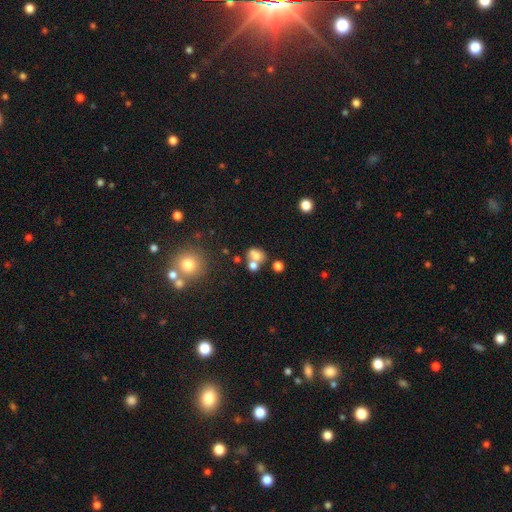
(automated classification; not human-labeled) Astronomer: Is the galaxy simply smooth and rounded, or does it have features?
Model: smooth — 67%.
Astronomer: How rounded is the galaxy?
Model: in between — 50% (runner-up: round, 48%).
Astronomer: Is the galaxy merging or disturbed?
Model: merger — 49% (runner-up: none, 34%).